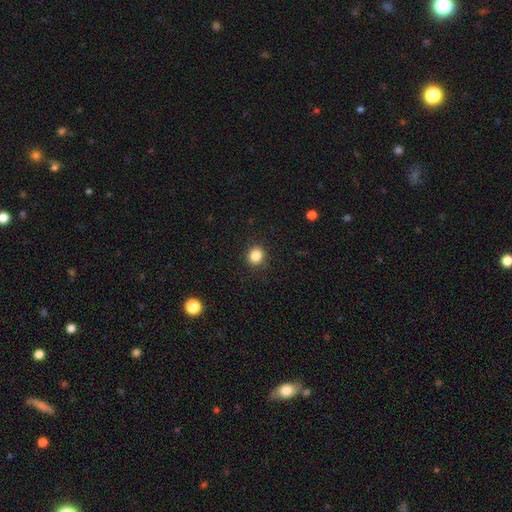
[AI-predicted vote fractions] Smooth or featured?
  - smooth: 84% *
  - star or artifact: 11%
  - featured or disk: 4%
How rounded?
  - round: 83% *
  - in between: 16%
  - cigar-shaped: 1%
Merging?
  - none: 90% *
  - minor disturbance: 7%
  - major disturbance: 2%
  - merger: 1%